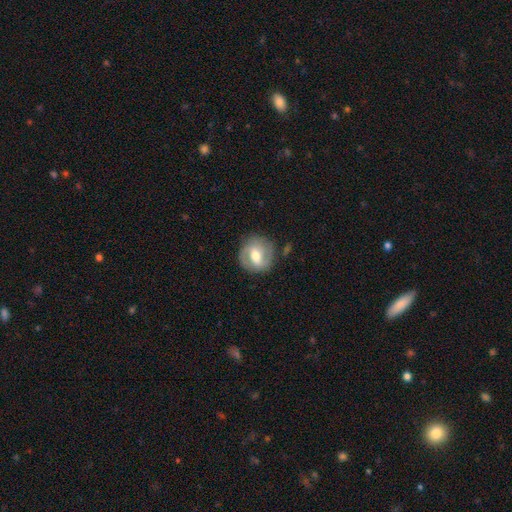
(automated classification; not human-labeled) Q: Smooth or featured?
A: featured or disk (64%); runner-up: smooth (30%)
Q: Edge-on disk?
A: no (96%); runner-up: yes (4%)
Q: Bar?
A: weak (48%); runner-up: strong (32%)
Q: Spiral arms?
A: yes (80%); runner-up: no (20%)
Q: Bulge size?
A: moderate (71%); runner-up: small (15%)
Q: Merging?
A: none (80%); runner-up: minor disturbance (13%)